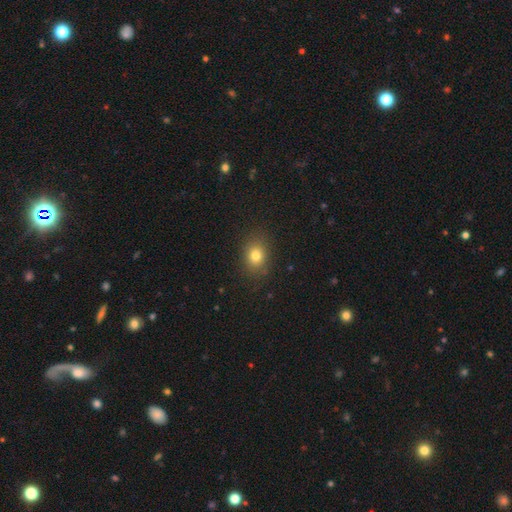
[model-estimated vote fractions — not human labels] This is likely a smooth galaxy (79%). How rounded: possibly in between (51%). Merging: clearly none (84%).